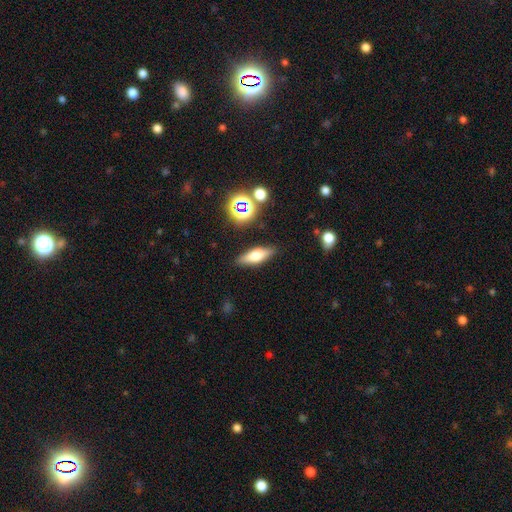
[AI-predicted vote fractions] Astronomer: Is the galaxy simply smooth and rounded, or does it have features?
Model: smooth — 58%.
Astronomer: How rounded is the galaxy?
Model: in between — 55% (runner-up: cigar-shaped, 41%).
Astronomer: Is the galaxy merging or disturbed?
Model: none — 85%.